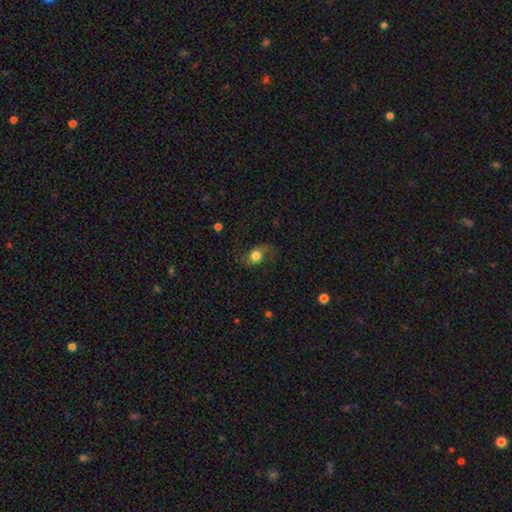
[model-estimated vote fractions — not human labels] Smooth or featured? smooth (49%)
Merging? none (62%)